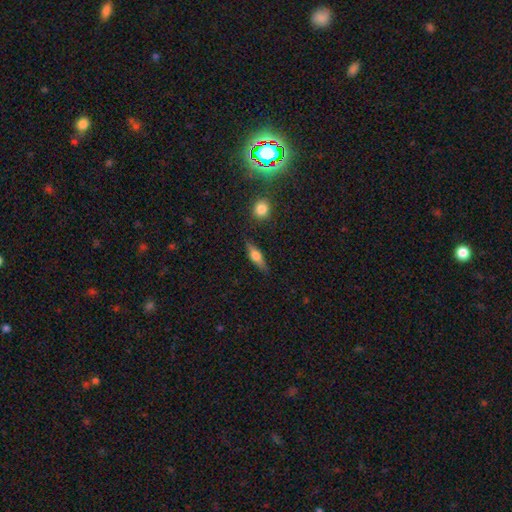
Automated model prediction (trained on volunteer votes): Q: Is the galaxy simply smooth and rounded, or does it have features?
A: smooth — 49%.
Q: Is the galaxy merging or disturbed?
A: none — 83%.